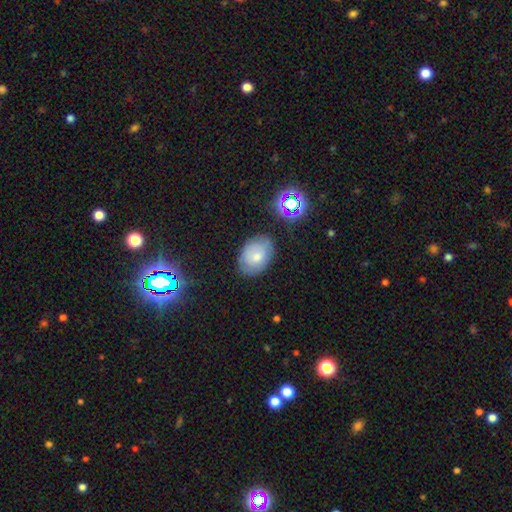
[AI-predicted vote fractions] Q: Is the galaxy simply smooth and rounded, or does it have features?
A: smooth — 69%.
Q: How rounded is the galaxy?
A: in between — 80%.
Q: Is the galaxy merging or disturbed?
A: none — 75%.